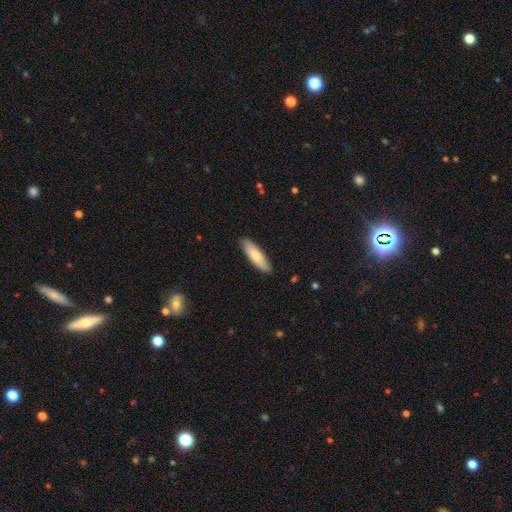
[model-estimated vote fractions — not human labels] This appears to be a smooth galaxy with no disk features (77%) that is cigar-shaped (55%). Merging: none (88%).